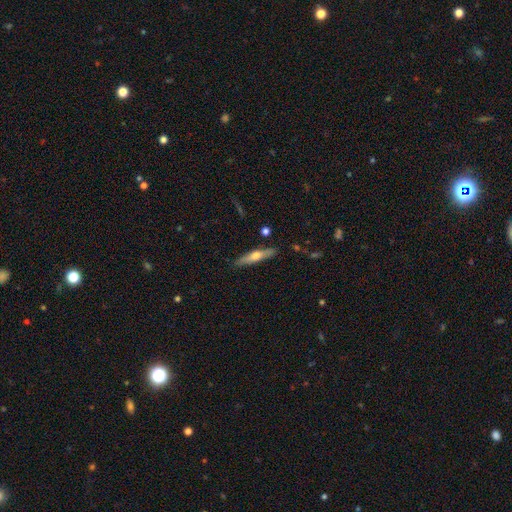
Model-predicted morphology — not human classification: Smooth or featured? featured or disk (50%)
Merging? none (87%)